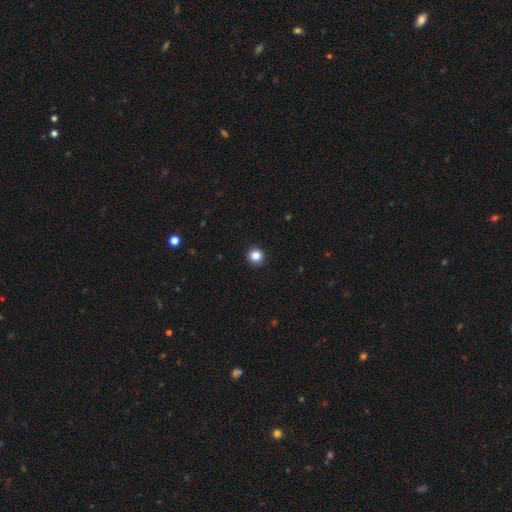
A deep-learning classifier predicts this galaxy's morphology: Overall: smooth (85%). How rounded: round (94%). Merging: none (93%).